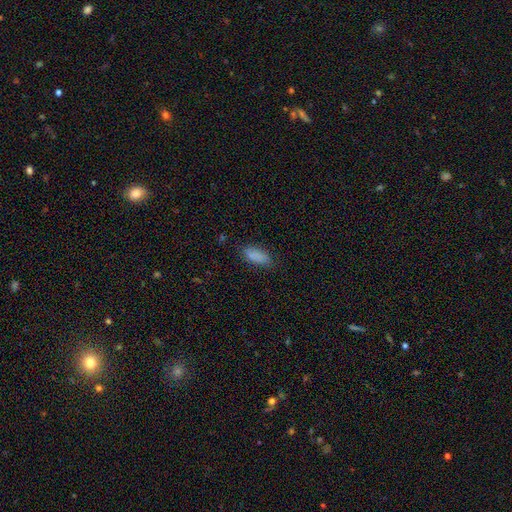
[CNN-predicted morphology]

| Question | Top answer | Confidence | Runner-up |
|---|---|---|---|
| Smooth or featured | smooth | 86% | star or artifact (8%) |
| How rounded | in between | 82% | cigar-shaped (16%) |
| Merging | none | 79% | minor disturbance (16%) |